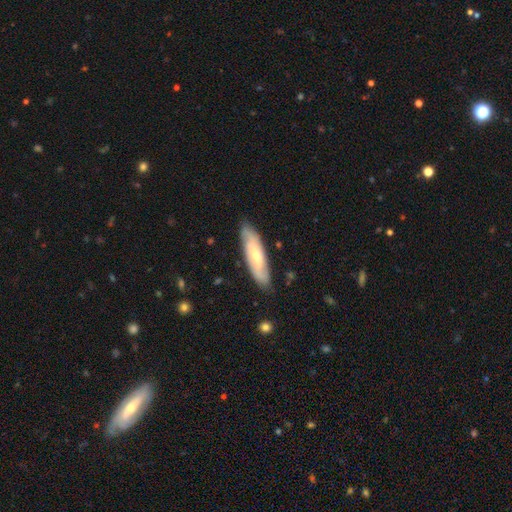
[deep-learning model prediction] Smooth or featured? featured or disk (51%)
Edge-on disk? no (68%)
Merging? none (84%)